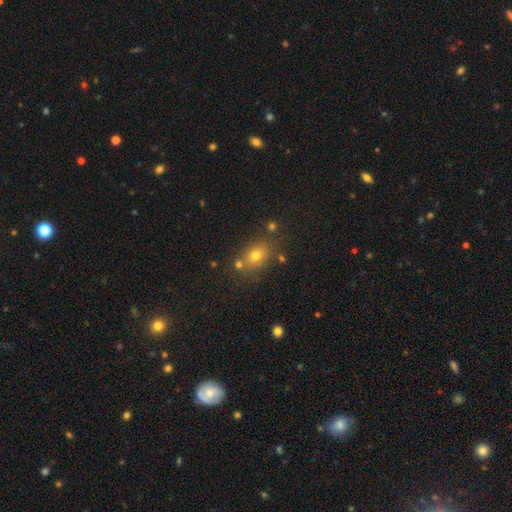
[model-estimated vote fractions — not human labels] This appears to be a smooth galaxy with no disk features (70%) that is in between round and cigar-shaped (62%). Merging: none (74%).